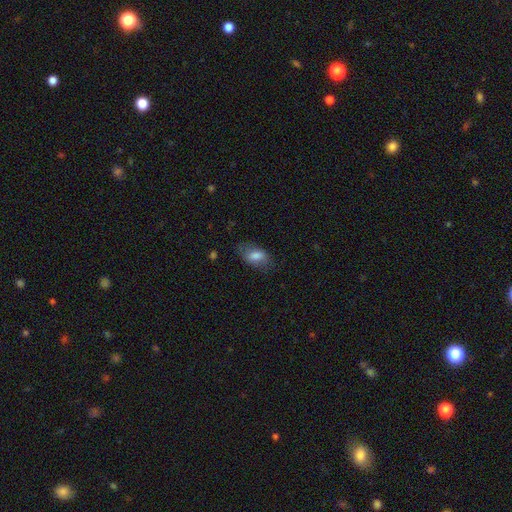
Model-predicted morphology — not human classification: Smooth or featured?
  - smooth: 76% *
  - featured or disk: 16%
  - star or artifact: 7%
How rounded?
  - in between: 90% *
  - round: 6%
  - cigar-shaped: 4%
Merging?
  - none: 70% *
  - minor disturbance: 20%
  - major disturbance: 8%
  - merger: 1%